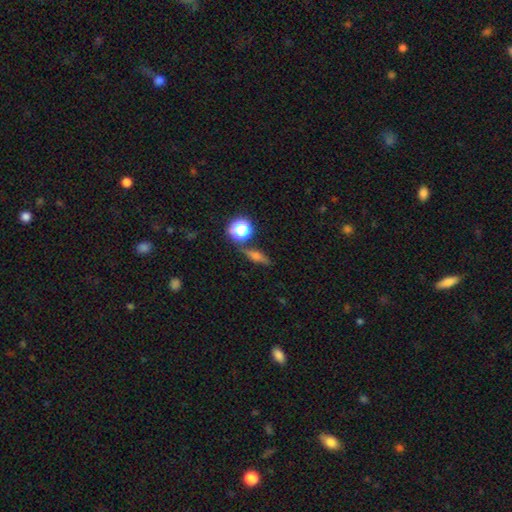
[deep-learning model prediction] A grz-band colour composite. It shows a smooth galaxy with no disk features (44%). Merging: none (78%).